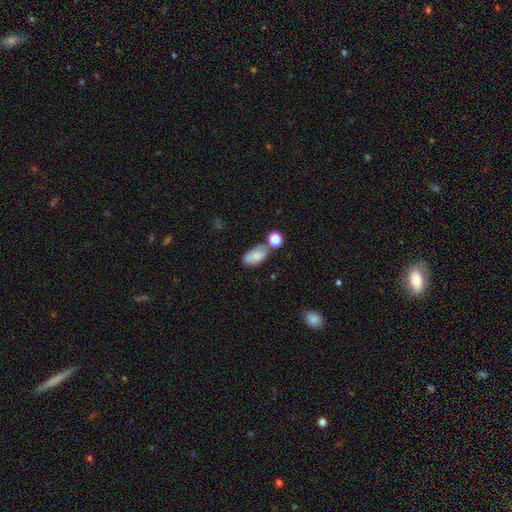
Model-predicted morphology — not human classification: type=smooth (80%); roundness=in between (91%); merging=none (51%).